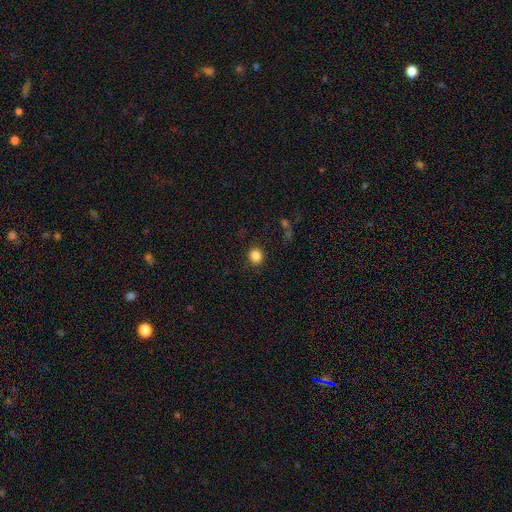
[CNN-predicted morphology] The model was most divided on "how rounded": round: 86%, in between: 13%, cigar-shaped: 1%. More confident: merging — none (87%); smooth or featured — smooth (85%).